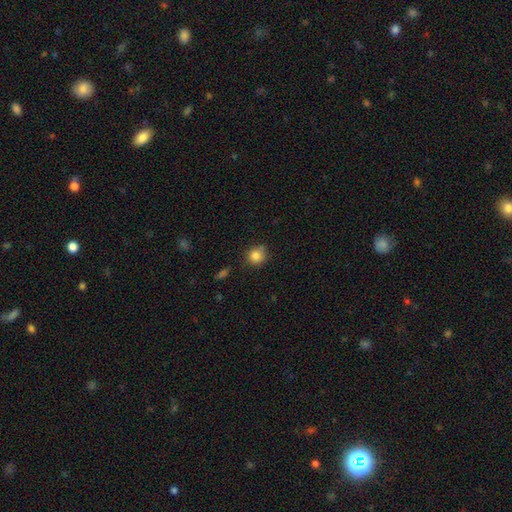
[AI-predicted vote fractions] A smooth galaxy with no disk features (83%) that is round (87%). Merging: none (71%).